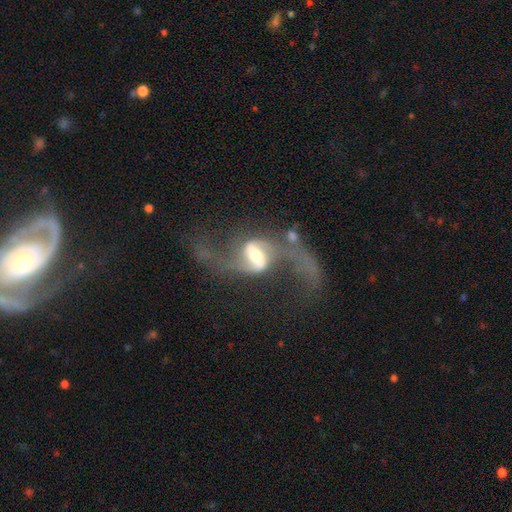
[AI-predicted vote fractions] smooth_or_featured: featured or disk (p=0.87) [alt: smooth p=0.07]
disk_edge_on: no (p=0.96) [alt: yes p=0.04]
bar: strong (p=0.43) [alt: weak p=0.42]
has_spiral_arms: yes (p=0.95) [alt: no p=0.05]
spiral_winding: loose (p=0.82) [alt: medium p=0.14]
spiral_arm_count: 2 (p=0.92) [alt: 1 p=0.03]
bulge_size: moderate (p=0.51) [alt: small p=0.27]
merging: none (p=0.47) [alt: major disturbance p=0.27]